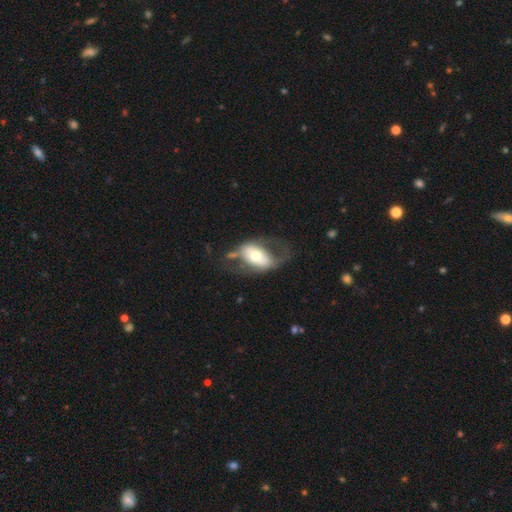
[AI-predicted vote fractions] Smooth or featured? Predicted: featured or disk (p=0.55). Edge-on disk? Predicted: no (p=0.90). Bar? Predicted: no (p=0.61). Spiral arms? Predicted: no (p=0.60). Bulge size? Predicted: moderate (p=0.62). Merging? Predicted: none (p=0.42).